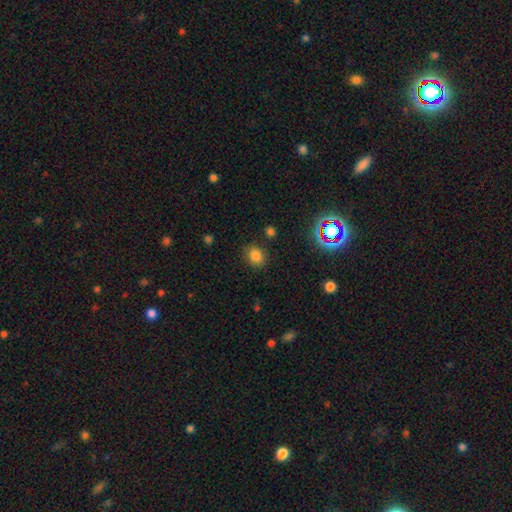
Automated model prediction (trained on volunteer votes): smooth_or_featured: smooth (p=0.80) [alt: star or artifact p=0.15]
how_rounded: round (p=0.63) [alt: in between p=0.36]
merging: none (p=0.84) [alt: minor disturbance p=0.11]